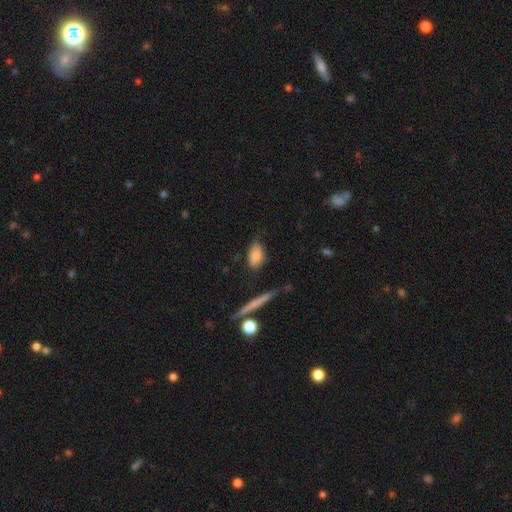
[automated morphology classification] Smooth or featured?
  - smooth: 82% *
  - featured or disk: 11%
  - star or artifact: 7%
How rounded?
  - in between: 87% *
  - cigar-shaped: 7%
  - round: 7%
Merging?
  - none: 65% *
  - minor disturbance: 24%
  - major disturbance: 7%
  - merger: 4%